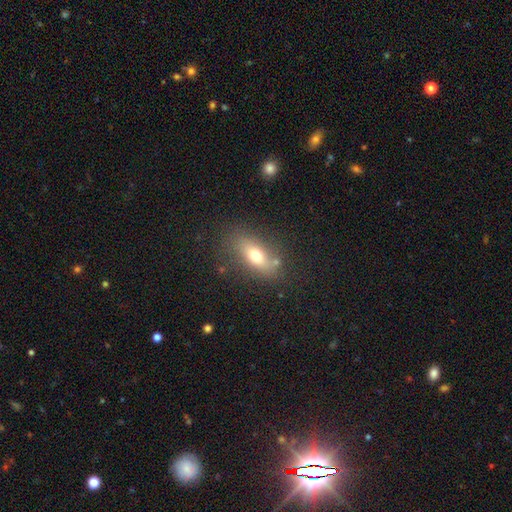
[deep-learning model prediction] Smooth or featured? smooth (67%)
How rounded? in between (76%)
Merging? none (73%)